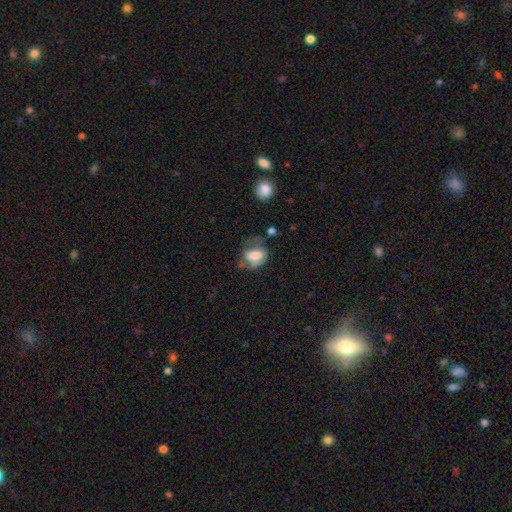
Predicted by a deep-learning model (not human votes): This is likely a smooth galaxy (64%). How rounded: likely in between (71%). Merging: marginally none (32%).